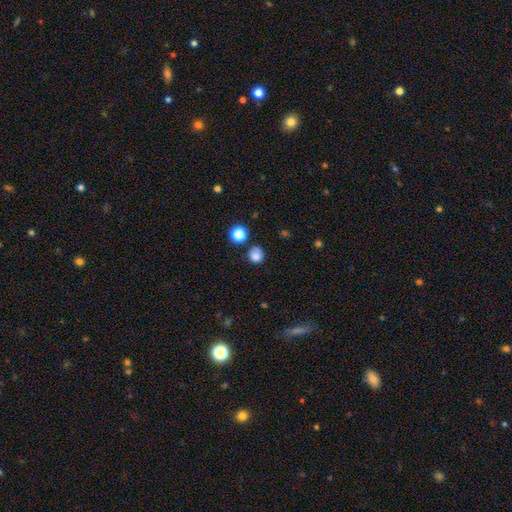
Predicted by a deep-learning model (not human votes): smooth 82%, star or artifact 13%, featured or disk 5%. Down the decision tree: how rounded — round (88%); merging — none (75%).